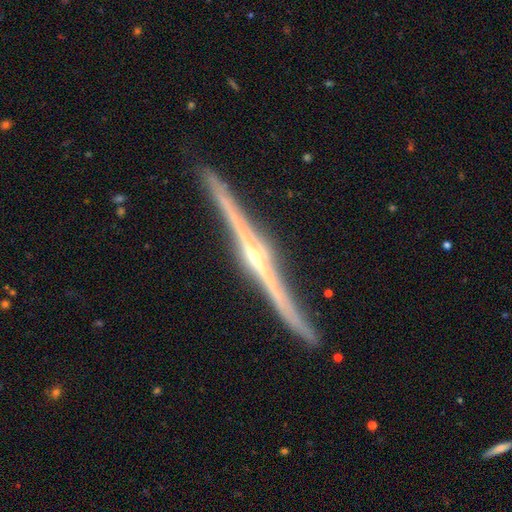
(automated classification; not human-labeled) Smooth or featured? featured or disk (90%)
Edge-on disk? yes (98%)
Edge-on bulge? rounded (86%)
Merging? none (90%)